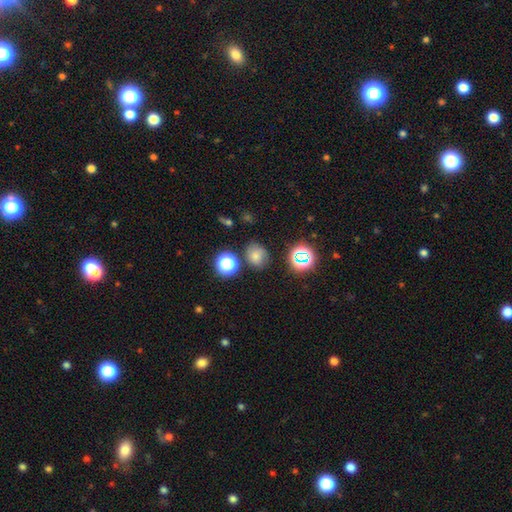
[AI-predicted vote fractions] smooth-or-featured: smooth: 69% | star or artifact: 21% | featured or disk: 11%
  how-rounded: round: 60% | in between: 39% | cigar-shaped: 1%
  merging: none: 73% | minor disturbance: 17% | merger: 6% | major disturbance: 5%